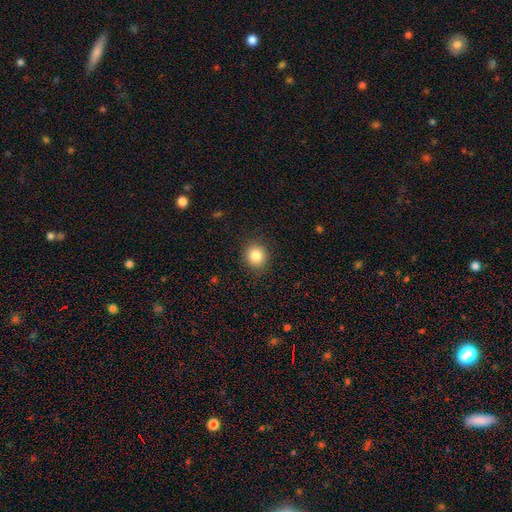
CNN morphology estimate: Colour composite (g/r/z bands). It shows a smooth galaxy with no disk features (84%) that is round (82%). Merging: none (90%).